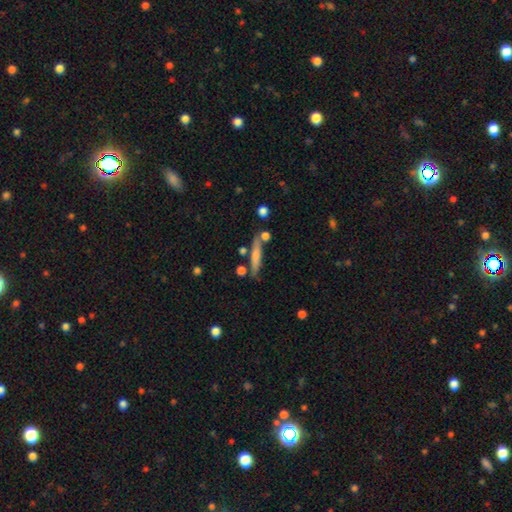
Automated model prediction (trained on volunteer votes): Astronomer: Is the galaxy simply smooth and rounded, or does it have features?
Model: smooth — 65%.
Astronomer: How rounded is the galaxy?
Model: cigar-shaped — 88%.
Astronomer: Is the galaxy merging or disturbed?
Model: none — 74%.